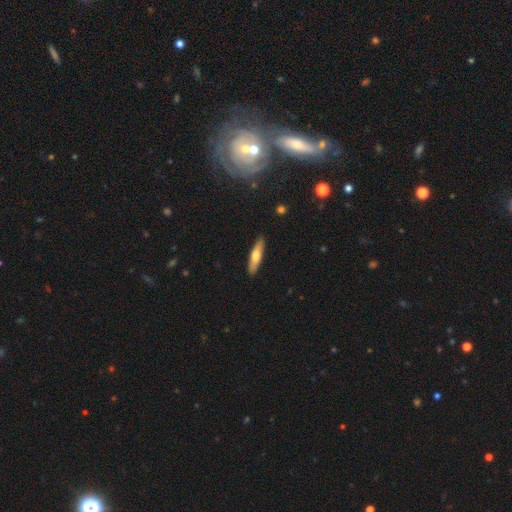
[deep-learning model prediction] Smooth or featured?
  - smooth: 61% *
  - featured or disk: 34%
  - star or artifact: 5%
How rounded?
  - cigar-shaped: 77% *
  - in between: 21%
  - round: 2%
Merging?
  - none: 90% *
  - minor disturbance: 8%
  - major disturbance: 2%
  - merger: 1%